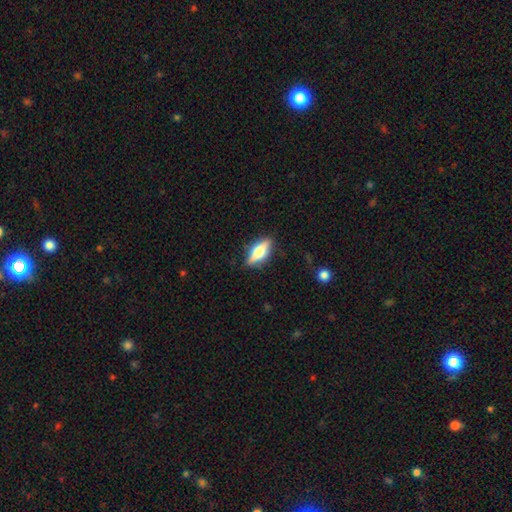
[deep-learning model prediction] A featured or disk galaxy (47%). Merging: none (84%).